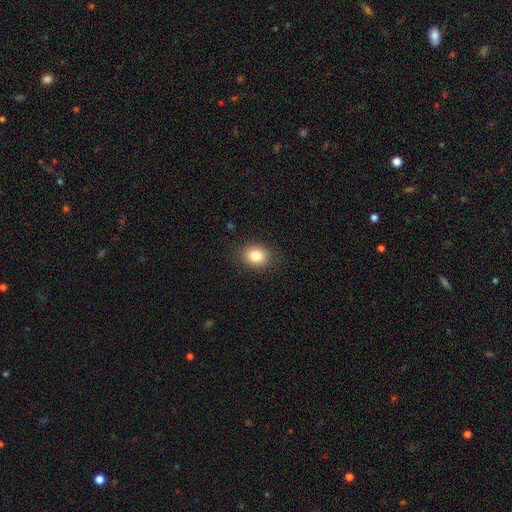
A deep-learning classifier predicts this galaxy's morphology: This appears to be a smooth galaxy with no disk features (83%) that is round (53%). Merging: none (86%).